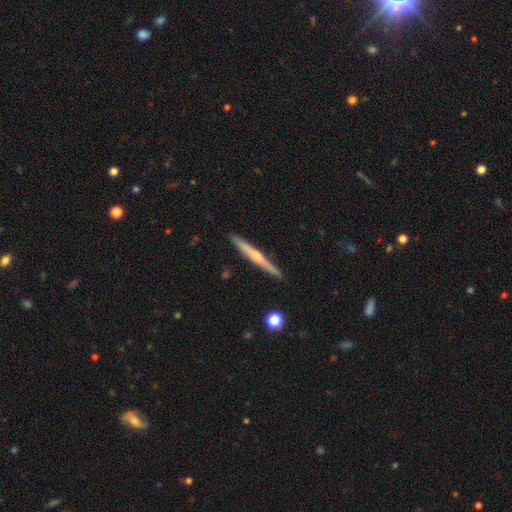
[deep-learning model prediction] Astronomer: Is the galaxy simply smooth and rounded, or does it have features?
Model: featured or disk — 63%.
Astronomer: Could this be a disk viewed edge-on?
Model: yes — 98%.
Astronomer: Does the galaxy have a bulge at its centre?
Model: rounded — 70%.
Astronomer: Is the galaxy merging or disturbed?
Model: none — 91%.